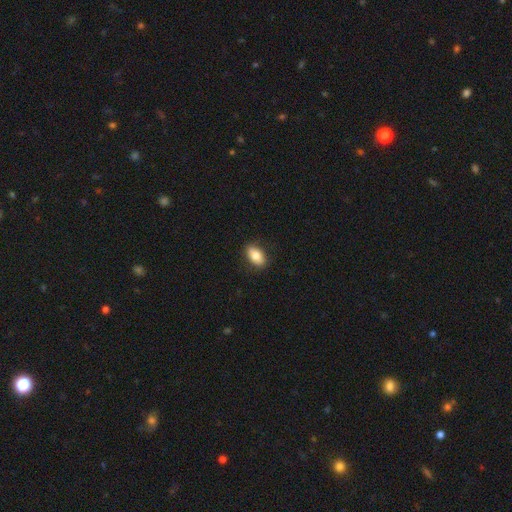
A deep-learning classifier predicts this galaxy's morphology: Smooth or featured: smooth — 81% (featured or disk — 12%)
How rounded: in between — 90% (round — 7%)
Merging: none — 87% (minor disturbance — 10%)